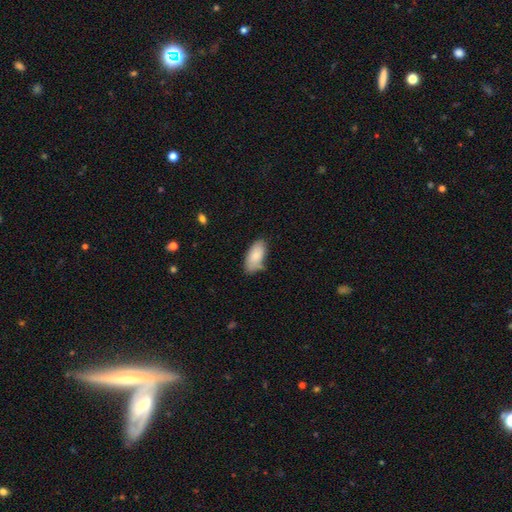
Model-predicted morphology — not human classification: This is clearly a smooth galaxy (82%). How rounded: clearly in between (93%). Merging: likely none (66%).